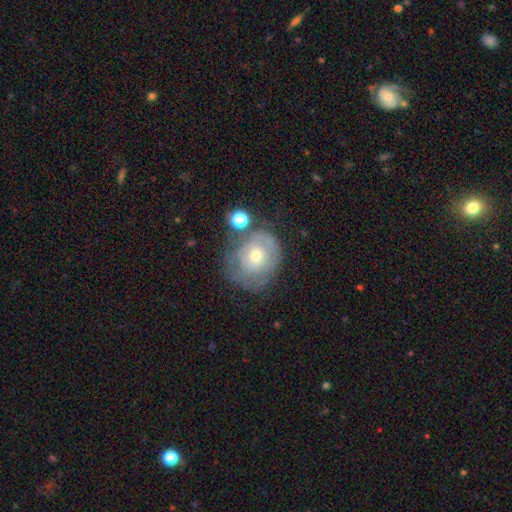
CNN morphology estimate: smooth_or_featured: featured or disk (p=0.54) [alt: smooth p=0.37]
disk_edge_on: no (p=0.96) [alt: yes p=0.04]
bar: no (p=0.83) [alt: weak p=0.15]
has_spiral_arms: yes (p=0.55) [alt: no p=0.45]
bulge_size: moderate (p=0.48) [alt: small p=0.47]
merging: none (p=0.54) [alt: minor disturbance p=0.24]